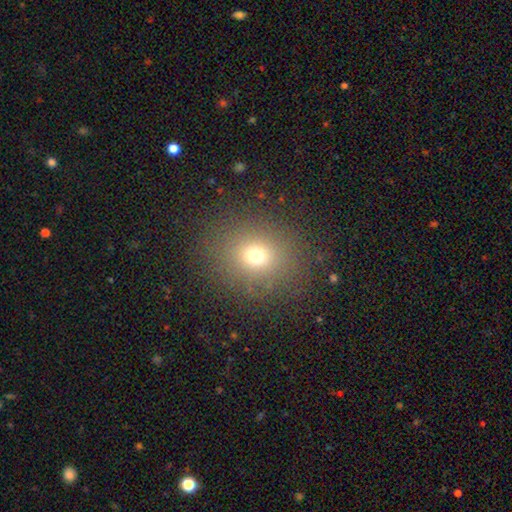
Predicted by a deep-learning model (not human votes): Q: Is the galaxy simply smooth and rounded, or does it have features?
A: smooth — 70%.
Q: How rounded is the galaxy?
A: round — 73%.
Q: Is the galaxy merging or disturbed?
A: none — 85%.